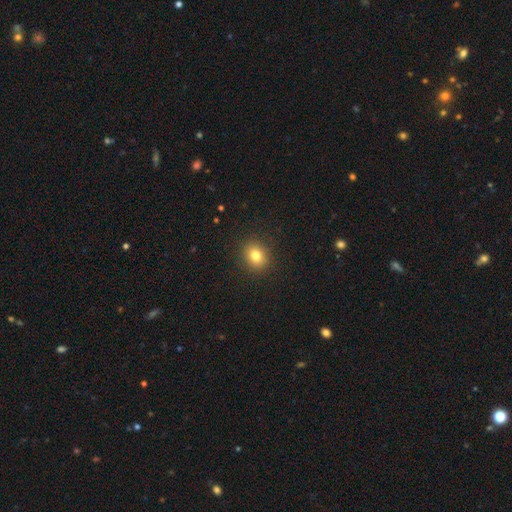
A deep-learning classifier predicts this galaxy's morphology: This appears to be a smooth galaxy with no disk features (80%) that is round (65%). Merging: none (90%).